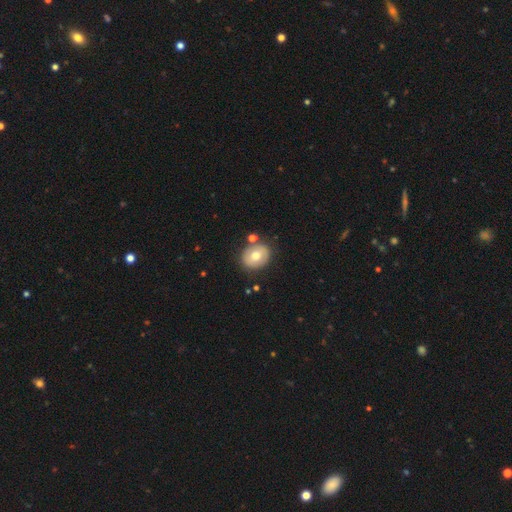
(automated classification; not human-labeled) The model was most divided on "how rounded": round: 62%, in between: 37%, cigar-shaped: 1%. More confident: merging — none (79%); smooth or featured — smooth (63%).